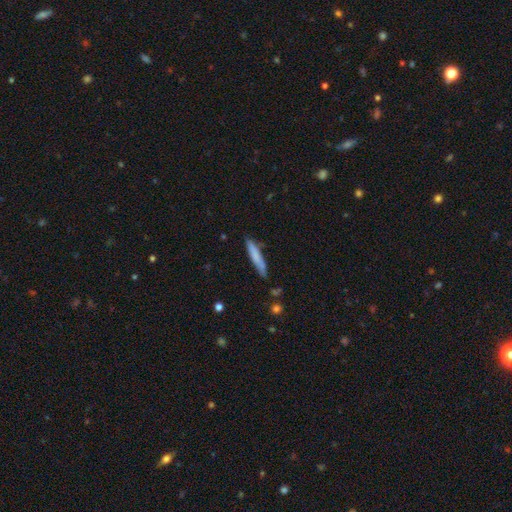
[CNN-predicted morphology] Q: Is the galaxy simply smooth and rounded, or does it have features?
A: smooth — 74%.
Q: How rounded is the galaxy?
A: cigar-shaped — 92%.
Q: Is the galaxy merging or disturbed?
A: none — 81%.